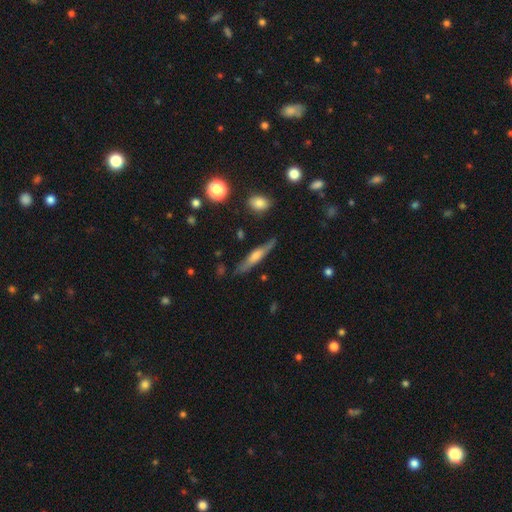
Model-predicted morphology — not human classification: type=featured or disk (51%); edge-on=yes (90%); merging=none (77%).